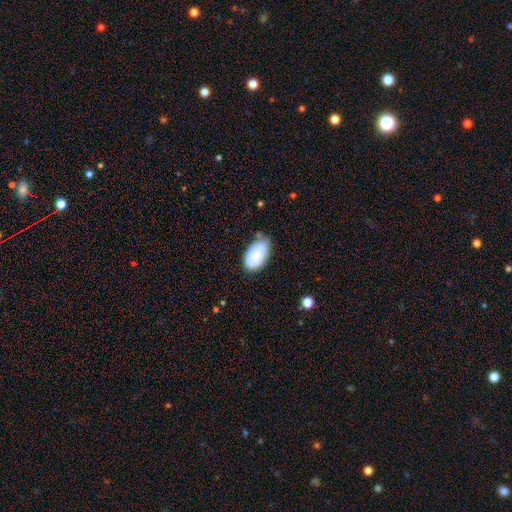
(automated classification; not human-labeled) smooth 79%, featured or disk 14%, star or artifact 7%. Down the decision tree: how rounded — in between (94%); merging — none (55%).